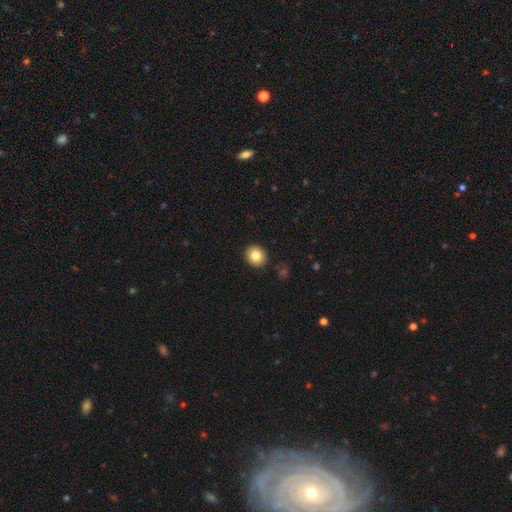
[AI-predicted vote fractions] The model was most divided on "how rounded": round: 83%, in between: 16%, cigar-shaped: 1%. More confident: merging — none (91%); smooth or featured — smooth (81%).